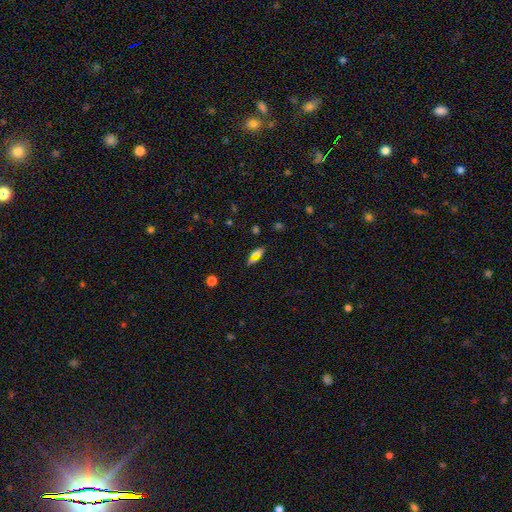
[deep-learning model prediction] Overall: smooth (59%; featured or disk 24%). How rounded: in between (70%). Merging: none (64%).